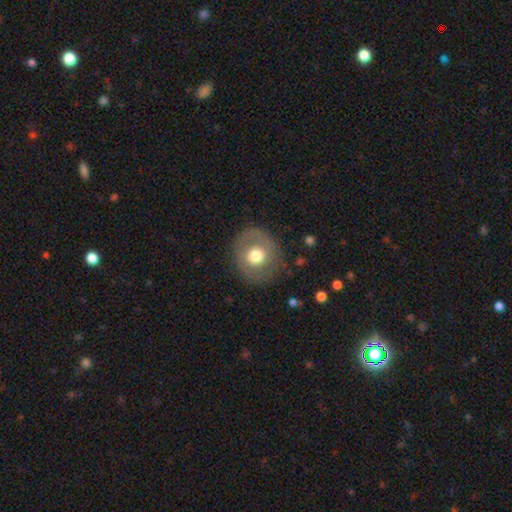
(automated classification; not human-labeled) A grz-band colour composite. It shows a smooth galaxy with no disk features (61%) that is round (84%). Merging: none (79%).